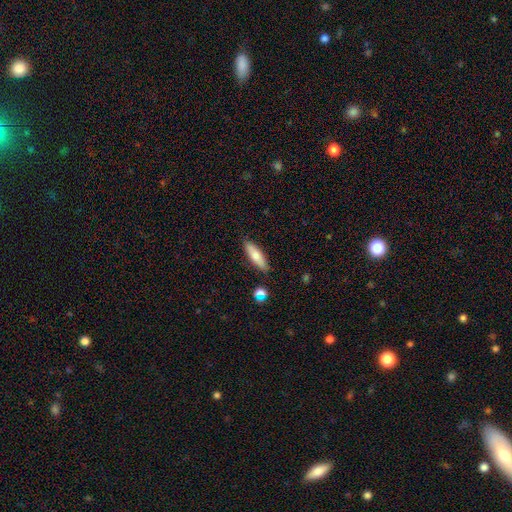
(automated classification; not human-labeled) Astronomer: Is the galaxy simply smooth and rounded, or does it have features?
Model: smooth — 73%.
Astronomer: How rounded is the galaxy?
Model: cigar-shaped — 57% (runner-up: in between, 41%).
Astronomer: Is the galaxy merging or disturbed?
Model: none — 84%.